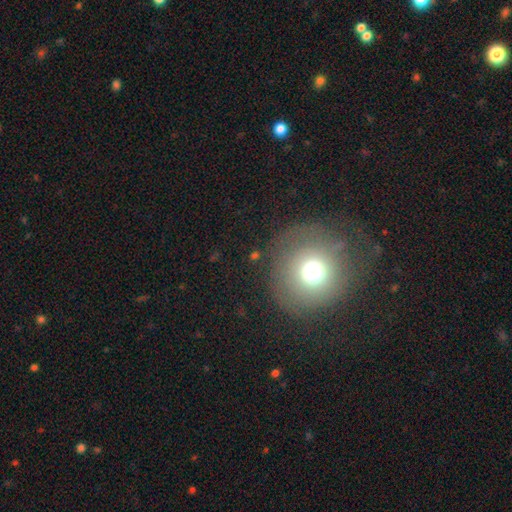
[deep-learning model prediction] The model was most divided on "smooth or featured": smooth: 62%, star or artifact: 21%, featured or disk: 17%. More confident: how rounded — round (91%); merging — none (77%).